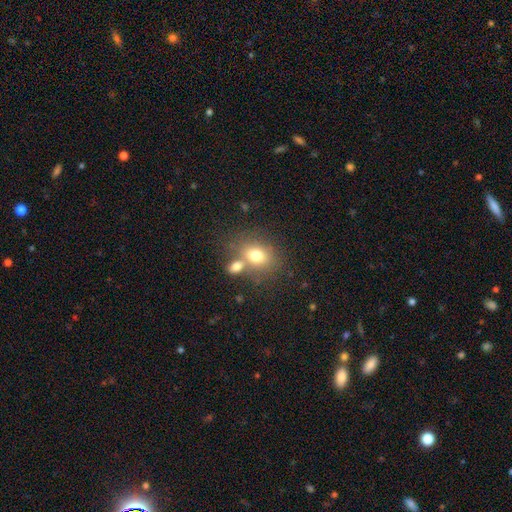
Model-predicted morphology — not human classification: Smooth or featured? Predicted: smooth (p=0.74). How rounded? Predicted: in between (p=0.54). Merging? Predicted: none (p=0.49).